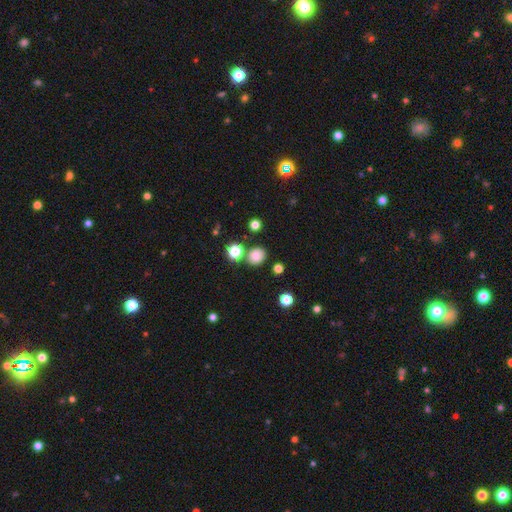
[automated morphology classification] This is clearly a smooth galaxy (82%). How rounded: likely round (76%). Merging: likely none (78%).